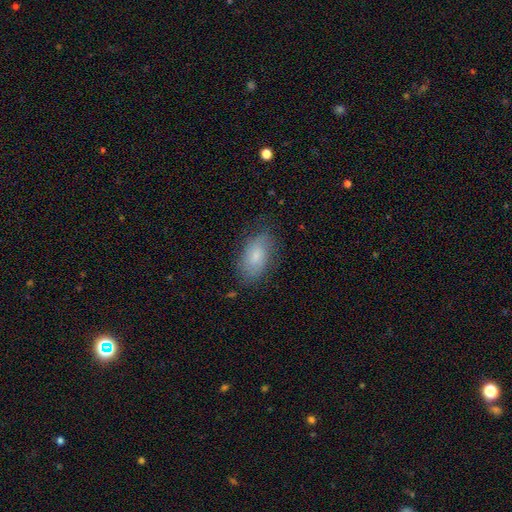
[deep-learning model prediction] smooth-or-featured: smooth: 66% | featured or disk: 25% | star or artifact: 9%
  how-rounded: in between: 92% | round: 6% | cigar-shaped: 3%
  merging: none: 75% | minor disturbance: 19% | major disturbance: 5% | merger: 1%